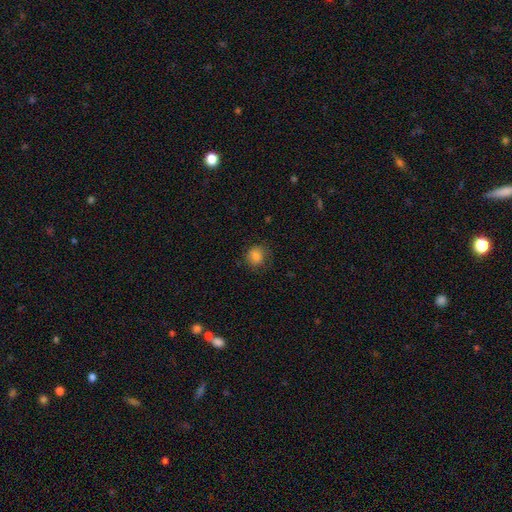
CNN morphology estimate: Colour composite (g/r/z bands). It shows a smooth galaxy with no disk features (82%) that is round (80%). Merging: none (75%).